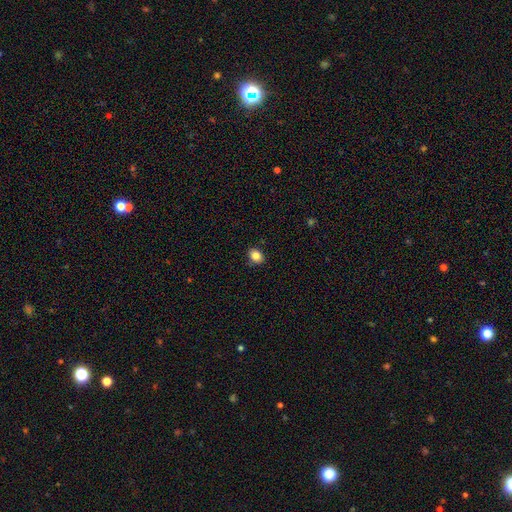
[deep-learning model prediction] Overall: smooth (85%). How rounded: in between (53%; round 46%). Merging: none (86%).